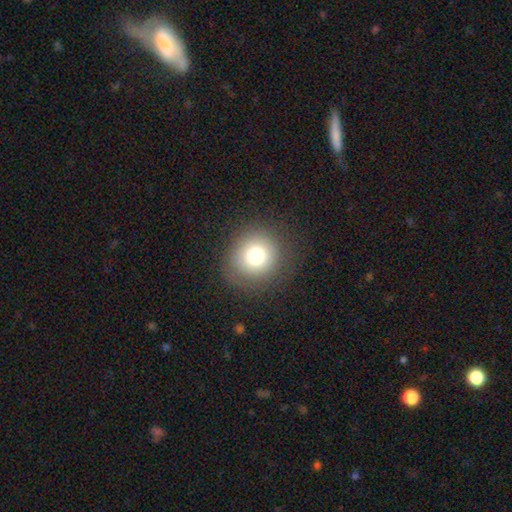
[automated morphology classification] The model was most divided on "smooth or featured": smooth: 77%, star or artifact: 12%, featured or disk: 10%. More confident: how rounded — round (90%); merging — none (85%).